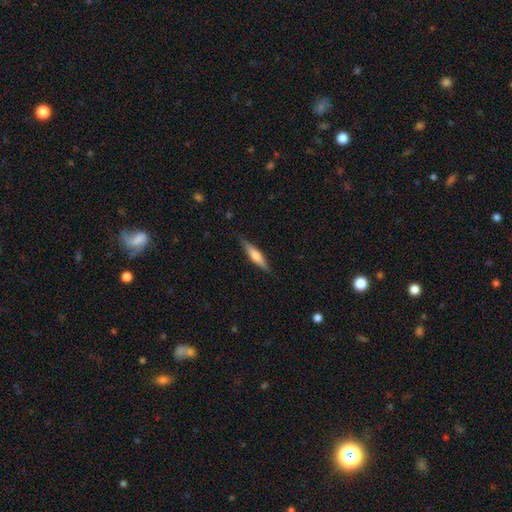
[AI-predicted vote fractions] Smooth or featured?
  - smooth: 49% *
  - featured or disk: 46%
  - star or artifact: 5%
Merging?
  - none: 87% *
  - minor disturbance: 10%
  - major disturbance: 2%
  - merger: 1%